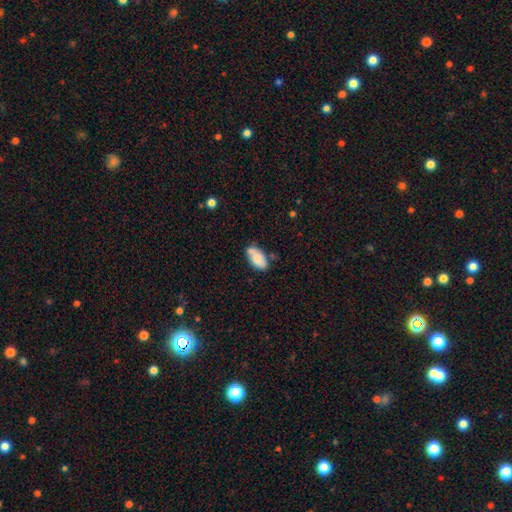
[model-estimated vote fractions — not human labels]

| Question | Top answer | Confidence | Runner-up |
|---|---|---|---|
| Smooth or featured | smooth | 76% | featured or disk (17%) |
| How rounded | in between | 94% | round (4%) |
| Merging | none | 56% | minor disturbance (24%) |